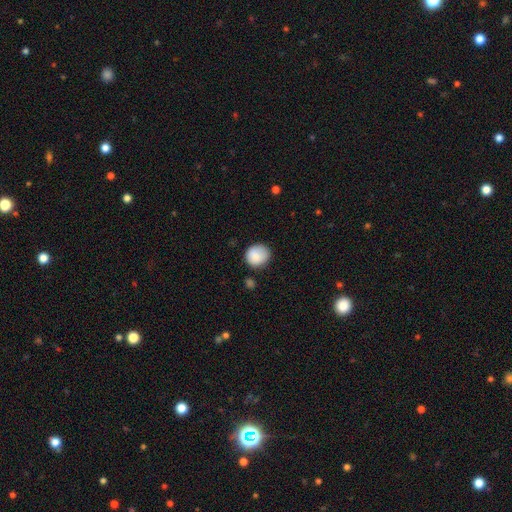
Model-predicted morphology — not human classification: smooth-or-featured: smooth: 86% | star or artifact: 8% | featured or disk: 6%
  how-rounded: round: 83% | in between: 16% | cigar-shaped: 1%
  merging: none: 73% | minor disturbance: 19% | major disturbance: 5% | merger: 3%